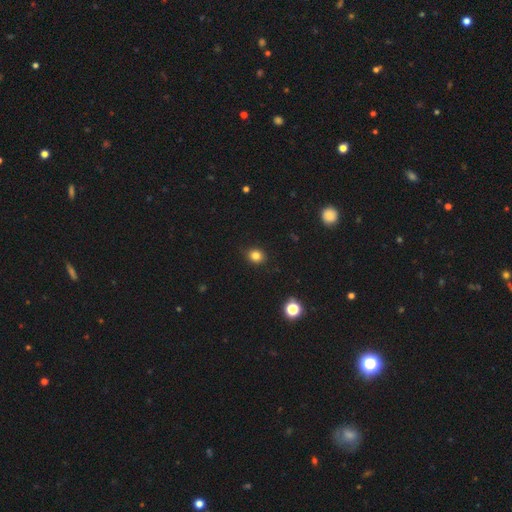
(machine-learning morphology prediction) This appears to be a smooth galaxy with no disk features (82%) that is round (73%). Merging: none (88%).